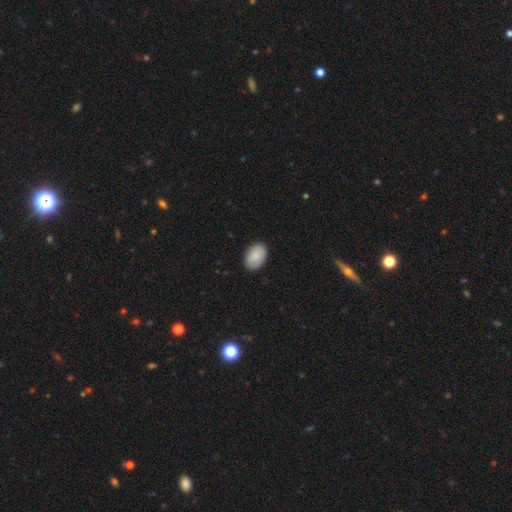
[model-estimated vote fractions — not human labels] smooth-or-featured: smooth: 89% | star or artifact: 6% | featured or disk: 6%
  how-rounded: in between: 89% | round: 10% | cigar-shaped: 1%
  merging: none: 89% | minor disturbance: 8% | major disturbance: 2% | merger: 1%